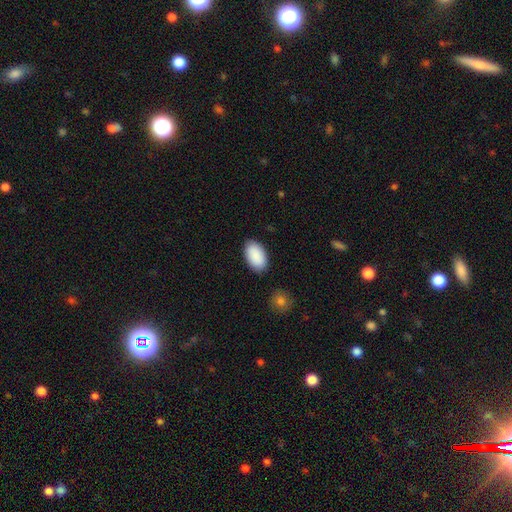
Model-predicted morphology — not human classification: Smooth or featured? smooth (91%)
How rounded? in between (95%)
Merging? none (85%)